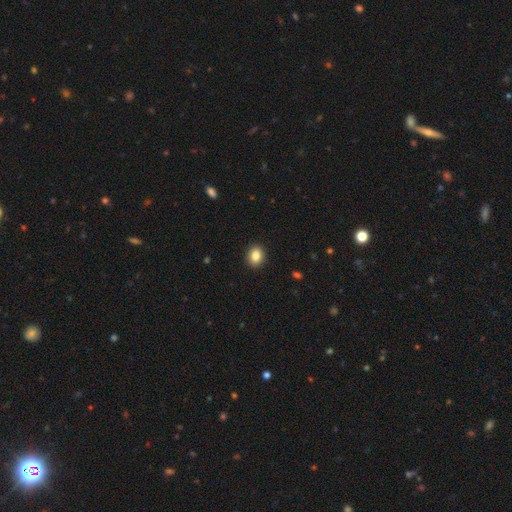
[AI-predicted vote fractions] smooth-or-featured: smooth: 85% | star or artifact: 9% | featured or disk: 6%
  how-rounded: round: 57% | in between: 42% | cigar-shaped: 1%
  merging: none: 92% | minor disturbance: 5% | major disturbance: 2% | merger: 1%